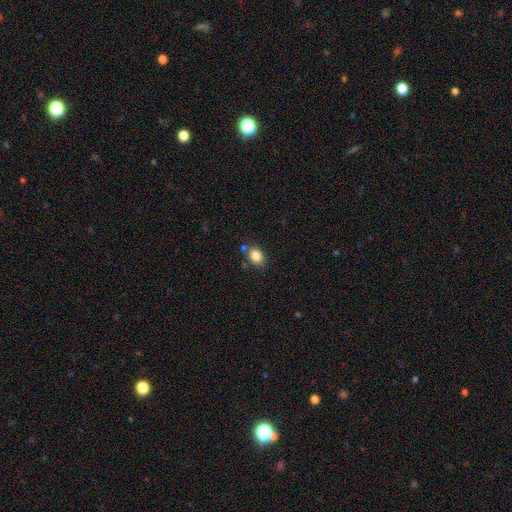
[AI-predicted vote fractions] A smooth galaxy with no disk features (84%) that is in between round and cigar-shaped (67%). Merging: none (71%).